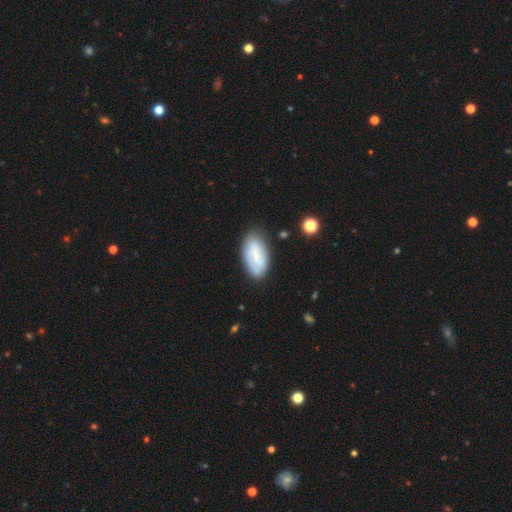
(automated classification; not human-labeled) smooth_or_featured: featured or disk (p=0.47) [alt: smooth p=0.46]
merging: none (p=0.75) [alt: minor disturbance p=0.18]